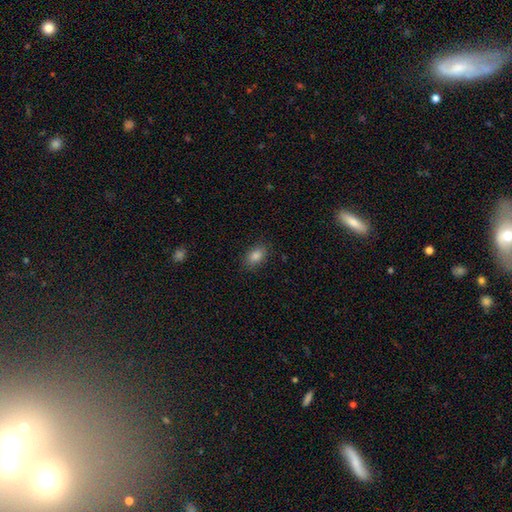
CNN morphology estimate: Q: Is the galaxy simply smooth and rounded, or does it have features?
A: smooth — 83%.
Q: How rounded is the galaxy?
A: in between — 80%.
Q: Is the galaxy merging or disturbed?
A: none — 86%.